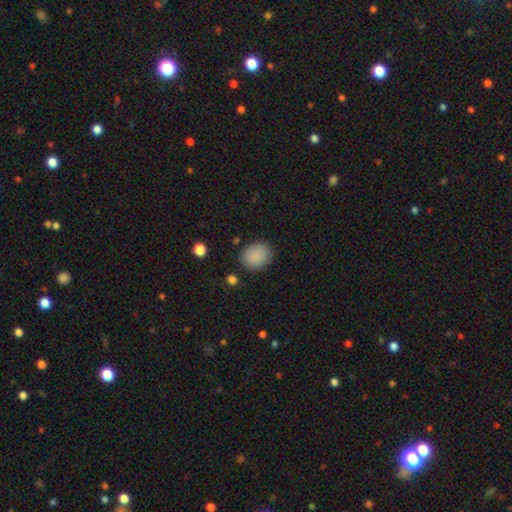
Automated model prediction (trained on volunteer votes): Morphology: type=smooth (88%); roundness=round (60%); merging=none (85%).